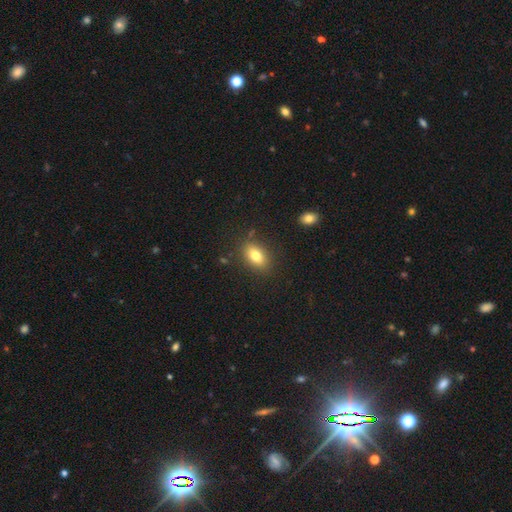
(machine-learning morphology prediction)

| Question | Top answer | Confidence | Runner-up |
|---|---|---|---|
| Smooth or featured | smooth | 79% | featured or disk (12%) |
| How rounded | in between | 86% | round (10%) |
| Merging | none | 85% | minor disturbance (10%) |